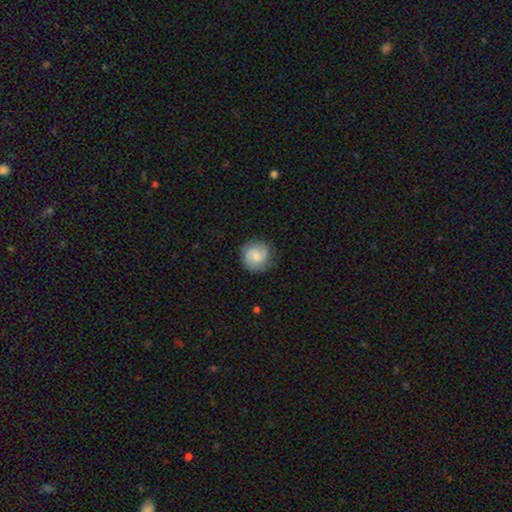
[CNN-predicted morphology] A smooth galaxy with no disk features (57%) that is round (90%).

Vote fractions:
- Smooth or featured? smooth: 57% / featured or disk: 36% / star or artifact: 7%
- How rounded? round: 90% / in between: 9% / cigar-shaped: 1%
- Merging? none: 79% / minor disturbance: 15% / major disturbance: 5% / merger: 1%